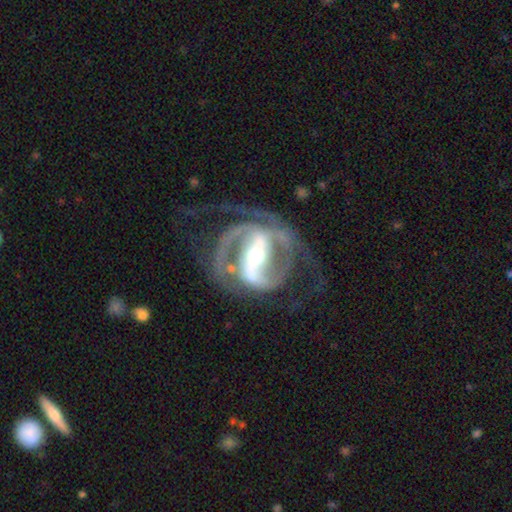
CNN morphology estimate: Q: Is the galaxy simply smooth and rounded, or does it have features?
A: featured or disk — 92%.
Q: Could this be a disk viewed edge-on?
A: no — 97%.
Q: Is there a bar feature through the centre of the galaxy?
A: strong — 76%.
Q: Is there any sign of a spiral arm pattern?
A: yes — 97%.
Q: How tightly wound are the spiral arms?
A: medium — 55%.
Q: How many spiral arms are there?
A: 2 — 89%.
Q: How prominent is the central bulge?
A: moderate — 65%.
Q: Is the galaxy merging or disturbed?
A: none — 65%.